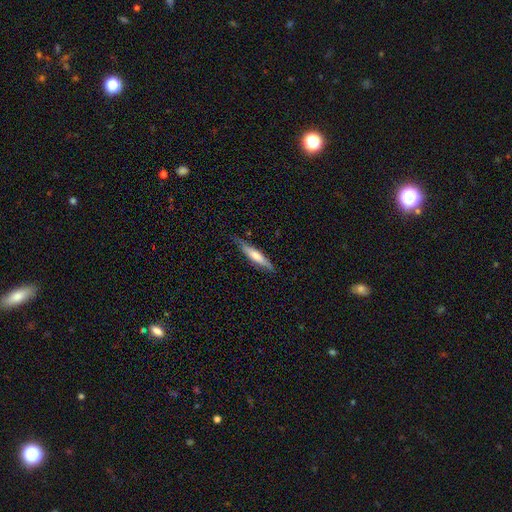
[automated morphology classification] Smooth or featured?
  - smooth: 52% *
  - featured or disk: 43%
  - star or artifact: 6%
How rounded?
  - cigar-shaped: 87% *
  - in between: 12%
  - round: 1%
Merging?
  - none: 78% *
  - minor disturbance: 17%
  - major disturbance: 3%
  - merger: 1%